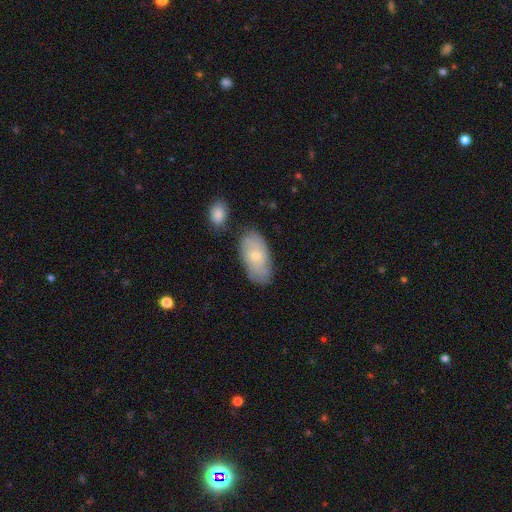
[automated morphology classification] Overall: smooth (49%; featured or disk 44%). Merging: none (71%).